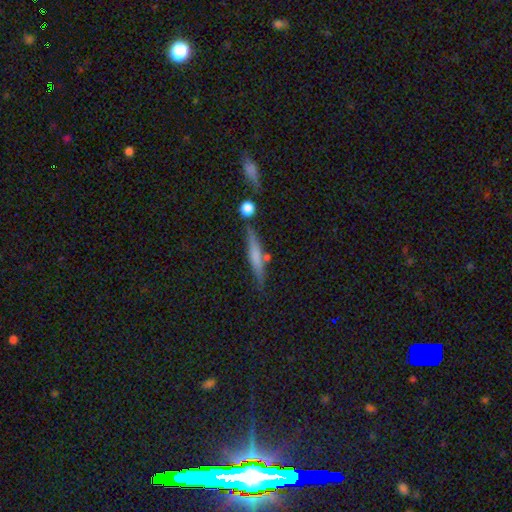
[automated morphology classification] type=smooth (58%); roundness=cigar-shaped (89%); merging=none (75%).